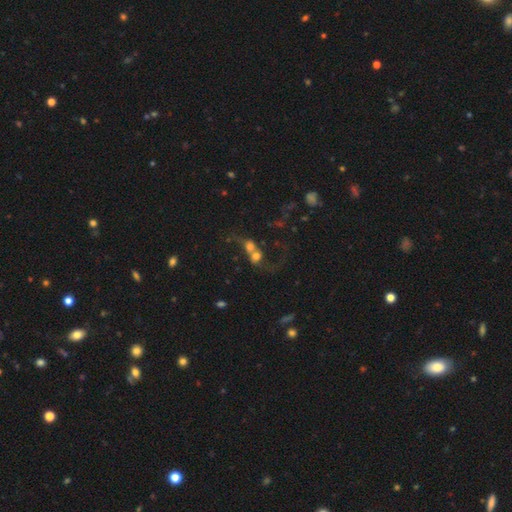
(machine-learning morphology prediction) Smooth or featured? Predicted: smooth (p=0.53). How rounded? Predicted: round (p=0.66). Merging? Predicted: merger (p=0.79).